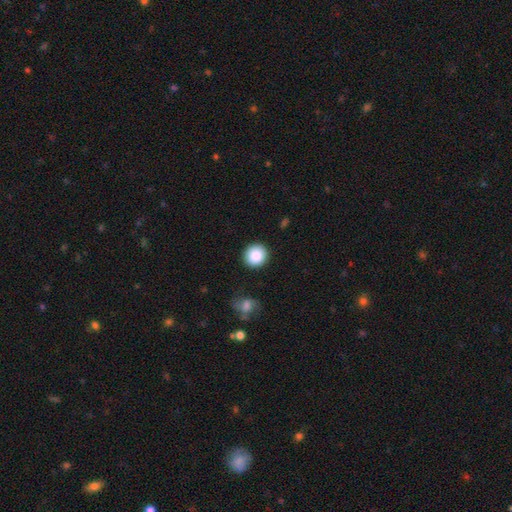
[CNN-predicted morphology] smooth_or_featured: smooth (p=0.88) [alt: star or artifact p=0.08]
how_rounded: round (p=0.91) [alt: in between p=0.08]
merging: none (p=0.89) [alt: minor disturbance p=0.07]